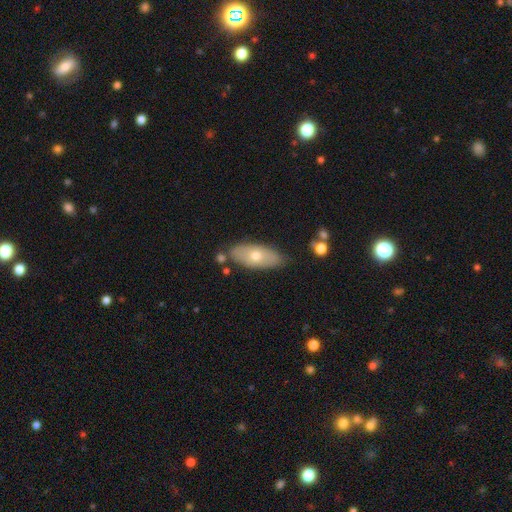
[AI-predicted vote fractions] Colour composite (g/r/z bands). It shows a smooth galaxy with no disk features (62%) that is in between round and cigar-shaped (82%). Merging: none (78%).